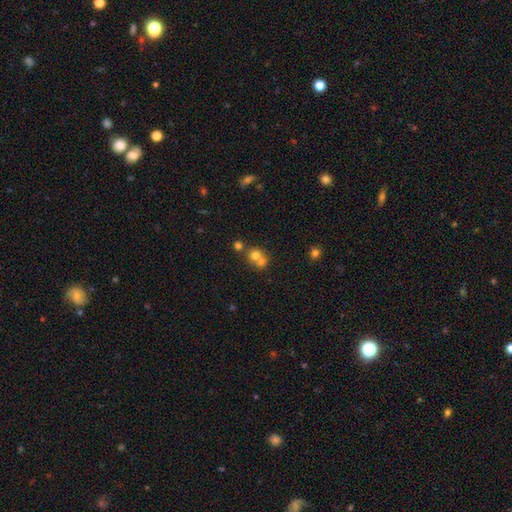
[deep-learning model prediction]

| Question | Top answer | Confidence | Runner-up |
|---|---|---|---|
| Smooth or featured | smooth | 69% | featured or disk (16%) |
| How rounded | round | 82% | in between (17%) |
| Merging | merger | 56% | none (37%) |